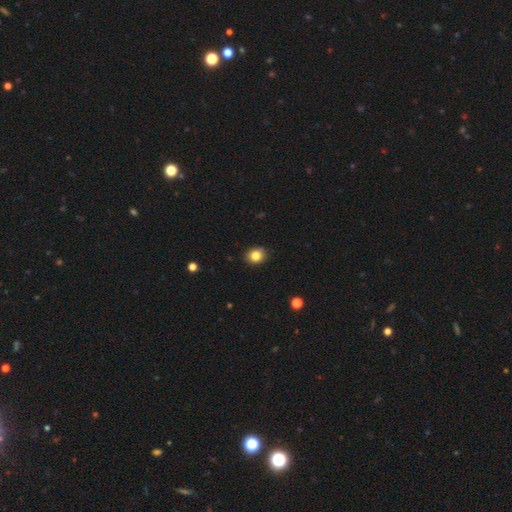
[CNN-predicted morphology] This appears to be a smooth galaxy with no disk features (83%) that is round (61%). Merging: none (86%).